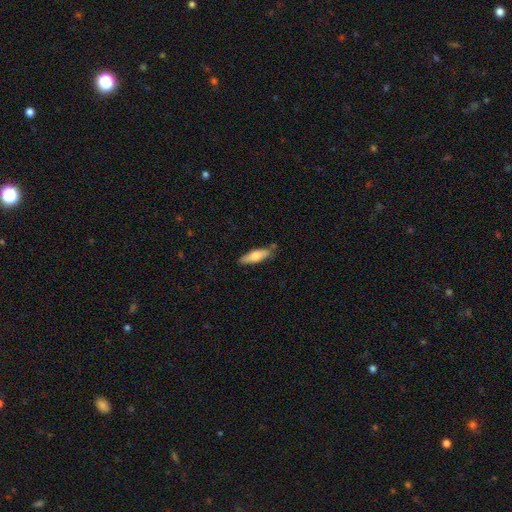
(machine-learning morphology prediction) smooth-or-featured: smooth: 69% | featured or disk: 25% | star or artifact: 6%
  how-rounded: cigar-shaped: 56% | in between: 43% | round: 2%
  merging: none: 78% | minor disturbance: 16% | merger: 4% | major disturbance: 3%